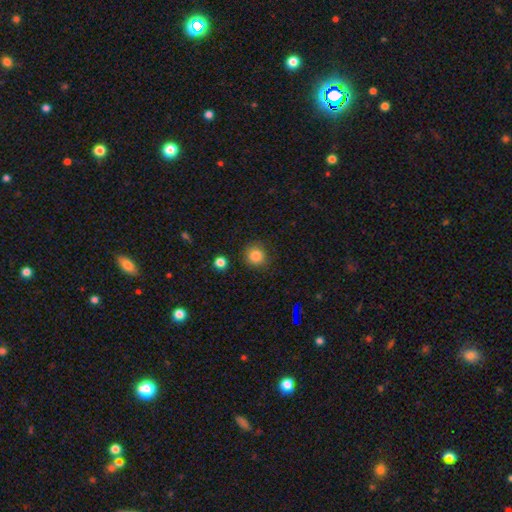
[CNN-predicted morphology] type=smooth (84%); roundness=round (92%); merging=none (88%).